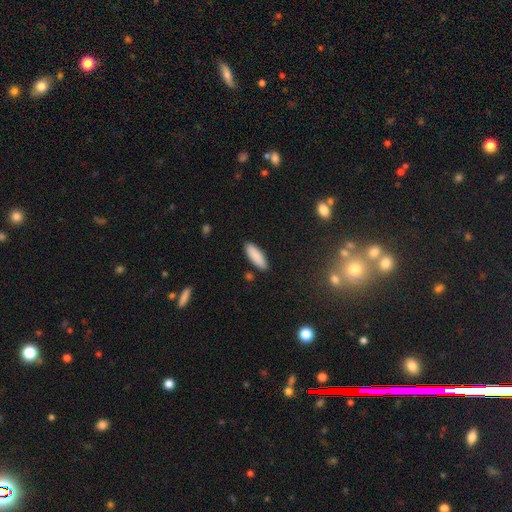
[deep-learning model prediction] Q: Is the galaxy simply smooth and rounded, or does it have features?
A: smooth — 88%.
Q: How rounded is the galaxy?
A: in between — 54%.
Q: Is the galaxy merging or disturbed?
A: none — 88%.